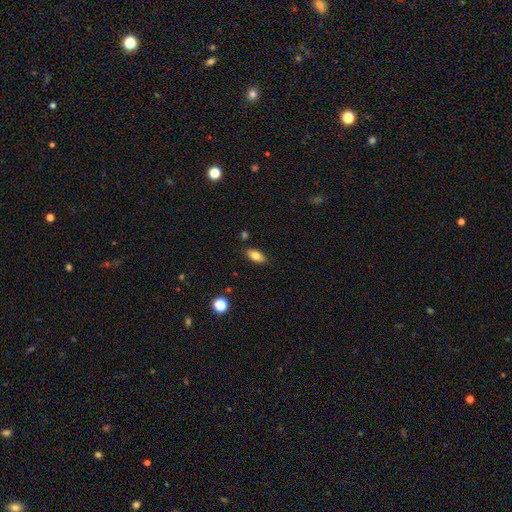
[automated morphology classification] Smooth or featured? smooth (80%)
How rounded? in between (89%)
Merging? none (85%)